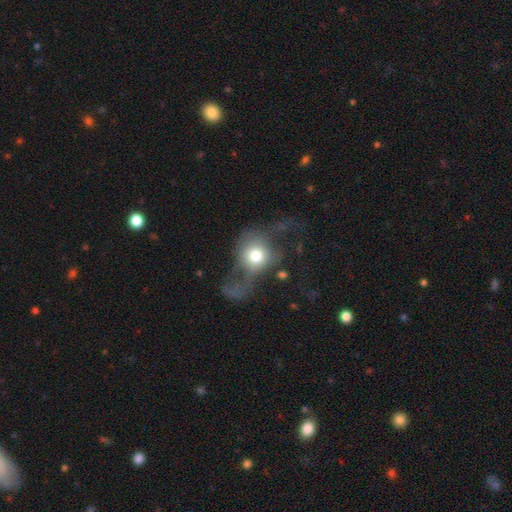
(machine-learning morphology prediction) Smooth or featured?
  - smooth: 63% *
  - featured or disk: 28%
  - star or artifact: 10%
How rounded?
  - round: 75% *
  - in between: 23%
  - cigar-shaped: 2%
Merging?
  - major disturbance: 65% *
  - none: 17%
  - minor disturbance: 12%
  - merger: 5%